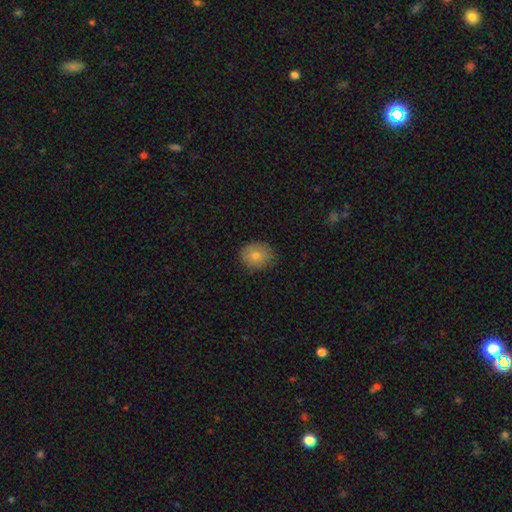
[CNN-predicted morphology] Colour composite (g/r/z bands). It shows a smooth galaxy with no disk features (76%) that is round (72%). Merging: none (82%).